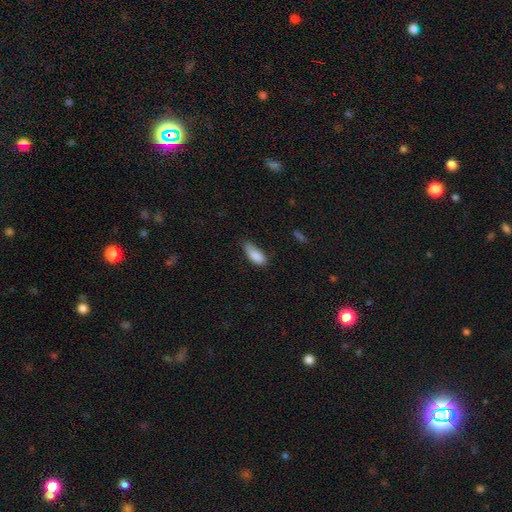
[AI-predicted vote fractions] smooth_or_featured: smooth (p=0.87) [alt: star or artifact p=0.07]
how_rounded: in between (p=0.82) [alt: cigar-shaped p=0.16]
merging: none (p=0.54) [alt: minor disturbance p=0.36]